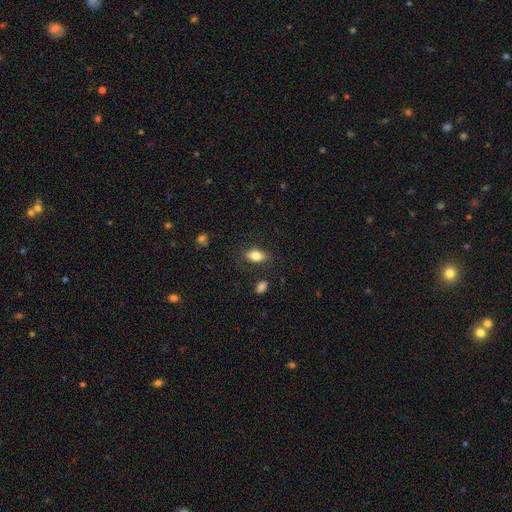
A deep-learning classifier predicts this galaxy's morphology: smooth-or-featured: smooth: 80% | featured or disk: 12% | star or artifact: 8%
  how-rounded: in between: 87% | round: 7% | cigar-shaped: 6%
  merging: none: 78% | minor disturbance: 16% | major disturbance: 4% | merger: 2%